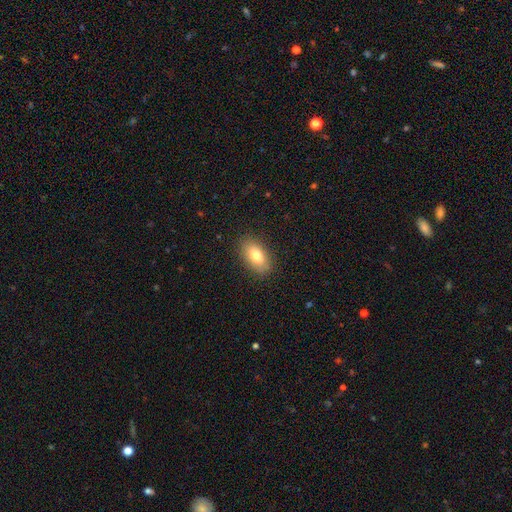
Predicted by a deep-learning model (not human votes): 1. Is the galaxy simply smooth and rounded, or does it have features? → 78% smooth, 14% featured or disk, 7% star or artifact.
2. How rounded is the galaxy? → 90% in between, 5% round, 4% cigar-shaped.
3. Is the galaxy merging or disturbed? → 87% none, 10% minor disturbance, 3% major disturbance, 1% merger.